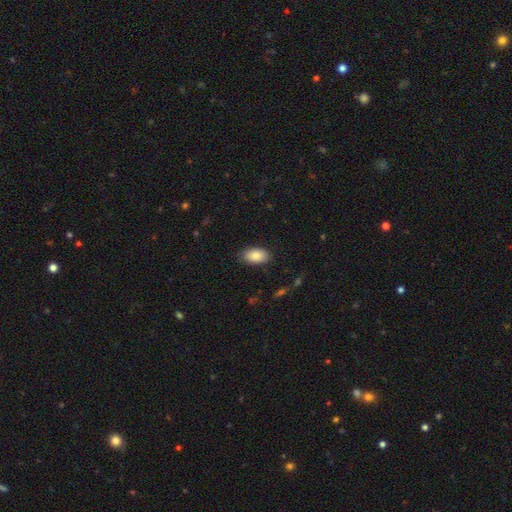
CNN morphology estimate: Smooth or featured?
  - smooth: 84% *
  - featured or disk: 9%
  - star or artifact: 7%
How rounded?
  - in between: 93% *
  - round: 5%
  - cigar-shaped: 2%
Merging?
  - none: 84% *
  - minor disturbance: 12%
  - major disturbance: 3%
  - merger: 1%